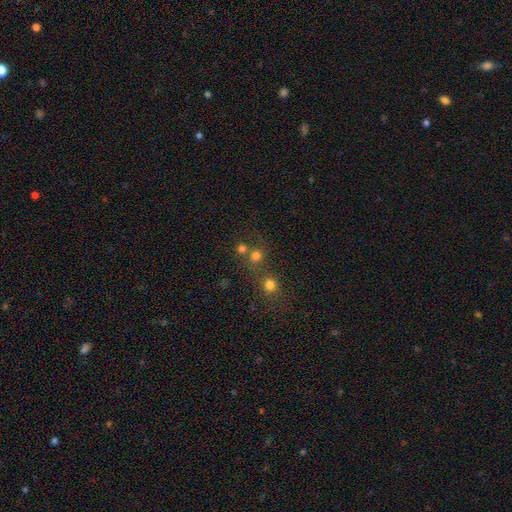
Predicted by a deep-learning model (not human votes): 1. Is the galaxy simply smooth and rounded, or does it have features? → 73% smooth, 19% star or artifact, 9% featured or disk.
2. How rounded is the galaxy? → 88% round, 11% in between, 1% cigar-shaped.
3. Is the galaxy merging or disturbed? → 55% none, 33% merger, 7% minor disturbance, 4% major disturbance.